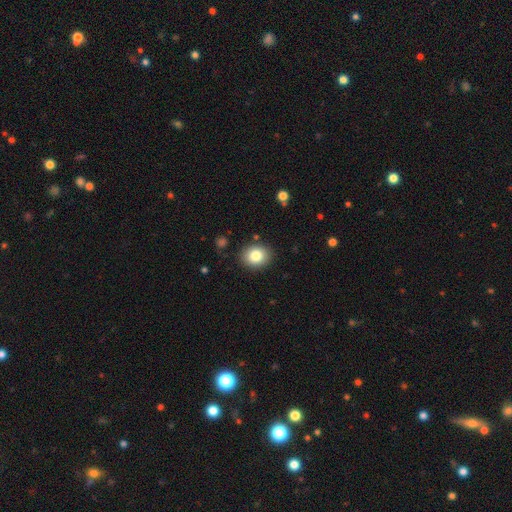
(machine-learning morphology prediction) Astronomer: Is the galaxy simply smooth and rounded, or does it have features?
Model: smooth — 82%.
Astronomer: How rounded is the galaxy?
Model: round — 60% (runner-up: in between, 39%).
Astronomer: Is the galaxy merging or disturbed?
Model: none — 88%.